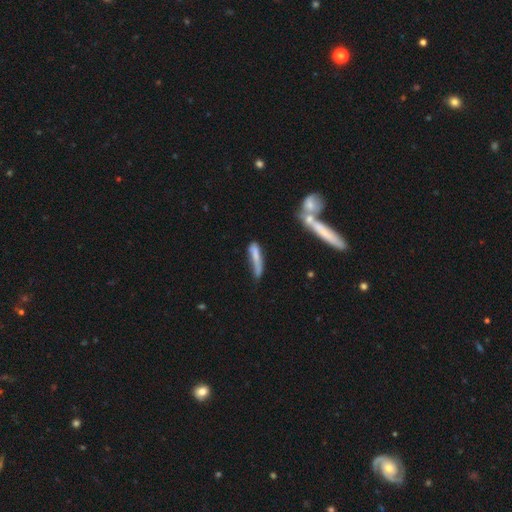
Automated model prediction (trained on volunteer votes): Morphology: type=smooth (65%); roundness=cigar-shaped (84%); merging=none (34%).